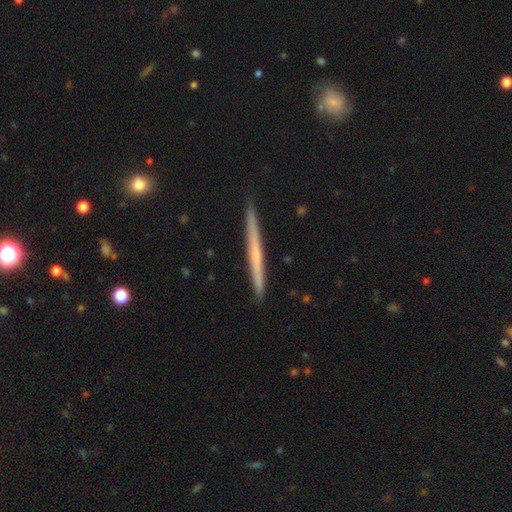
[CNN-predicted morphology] Q: Smooth or featured?
A: featured or disk (58%); runner-up: smooth (37%)
Q: Edge-on disk?
A: yes (98%); runner-up: no (2%)
Q: Edge-on bulge?
A: none (74%); runner-up: rounded (22%)
Q: Merging?
A: none (91%); runner-up: minor disturbance (7%)